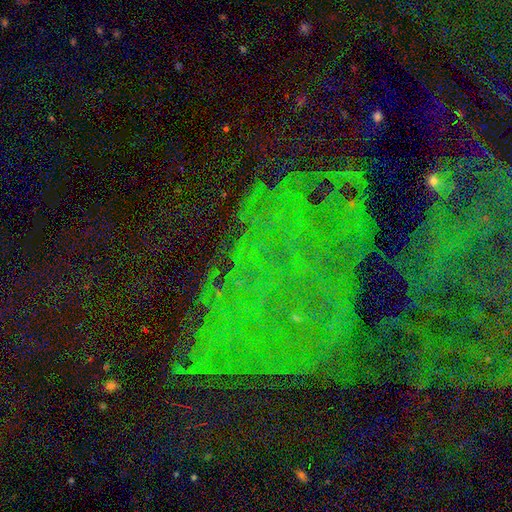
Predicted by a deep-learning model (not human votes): A star or artifact, not a galaxy (75%).